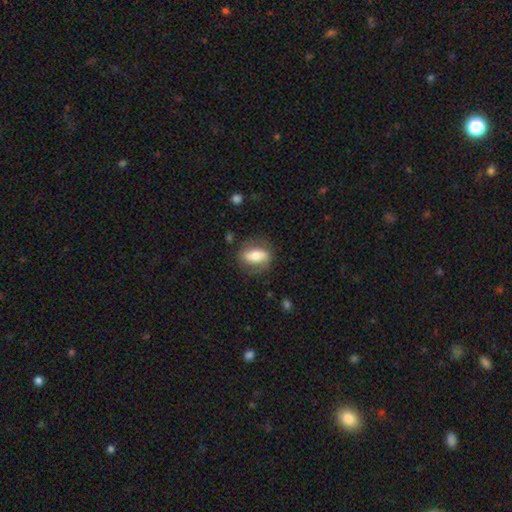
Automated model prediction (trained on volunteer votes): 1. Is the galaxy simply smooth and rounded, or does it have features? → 52% smooth, 41% featured or disk, 7% star or artifact.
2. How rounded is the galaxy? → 74% in between, 17% round, 10% cigar-shaped.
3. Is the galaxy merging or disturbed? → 76% none, 15% minor disturbance, 7% major disturbance, 2% merger.